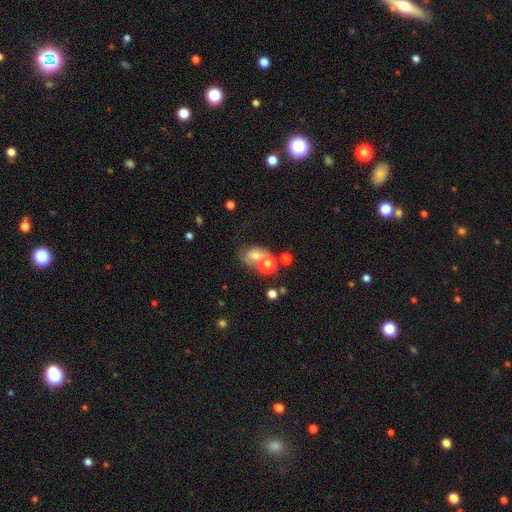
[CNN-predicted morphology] smooth 62%, featured or disk 23%, star or artifact 16%. Down the decision tree: how rounded — round (52%); merging — merger (40%).